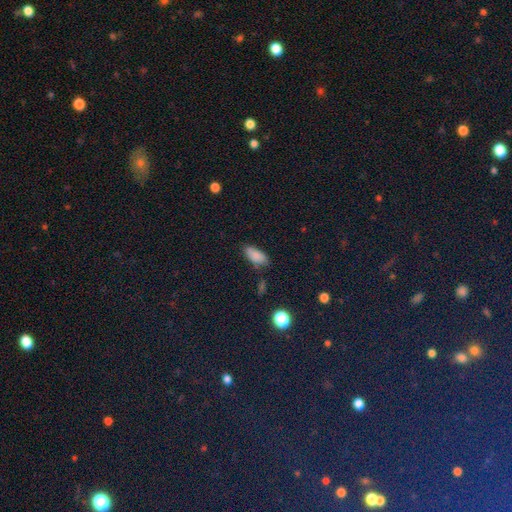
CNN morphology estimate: A smooth galaxy with no disk features (84%) that is in between round and cigar-shaped (86%).

Vote fractions:
- Smooth or featured? smooth: 84% / star or artifact: 10% / featured or disk: 7%
- How rounded? in between: 86% / cigar-shaped: 11% / round: 3%
- Merging? none: 70% / minor disturbance: 21% / major disturbance: 5% / merger: 4%